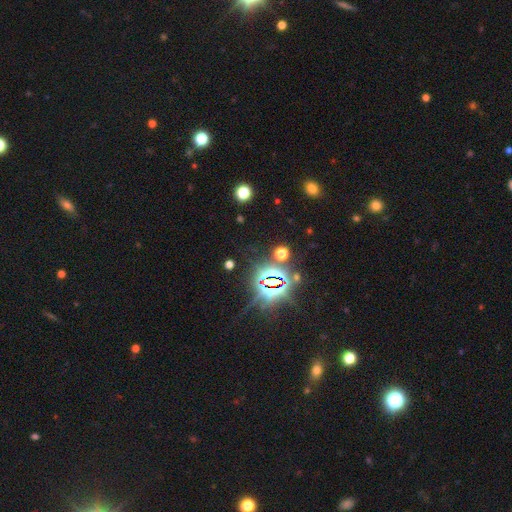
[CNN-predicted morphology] smooth-or-featured: star or artifact: 83% | smooth: 10% | featured or disk: 7%